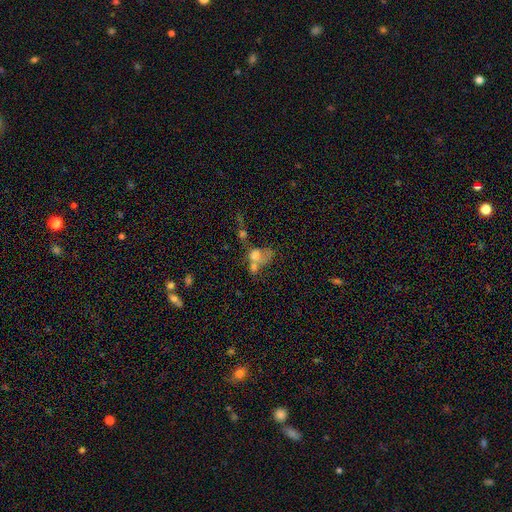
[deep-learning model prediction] A smooth galaxy with no disk features (52%) that is in between round and cigar-shaped (58%).

Vote fractions:
- Smooth or featured? smooth: 52% / featured or disk: 32% / star or artifact: 16%
- How rounded? in between: 58% / round: 40% / cigar-shaped: 2%
- Merging? merger: 58% / major disturbance: 19% / none: 15% / minor disturbance: 8%